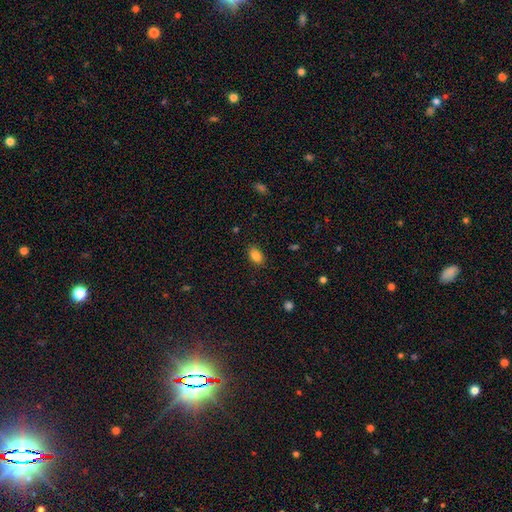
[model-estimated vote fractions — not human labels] The model was most divided on "how rounded": in between: 85%, round: 14%, cigar-shaped: 1%. More confident: smooth or featured — smooth (86%); merging — none (86%).